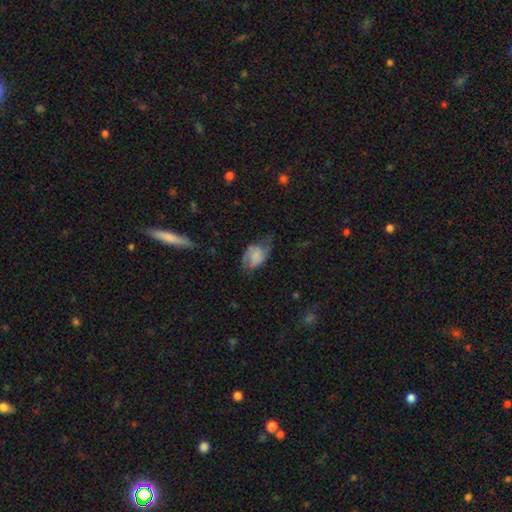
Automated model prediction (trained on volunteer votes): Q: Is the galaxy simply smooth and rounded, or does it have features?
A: smooth — 59%.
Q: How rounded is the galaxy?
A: in between — 86%.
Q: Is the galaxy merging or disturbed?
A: none — 40%.